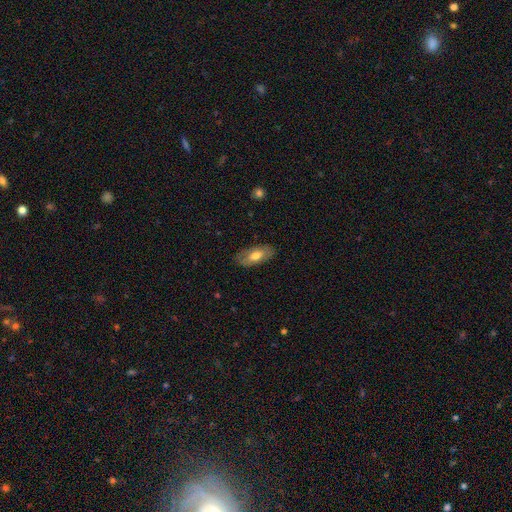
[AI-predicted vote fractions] Smooth or featured? Predicted: smooth (p=0.60). How rounded? Predicted: in between (p=0.87). Merging? Predicted: none (p=0.82).